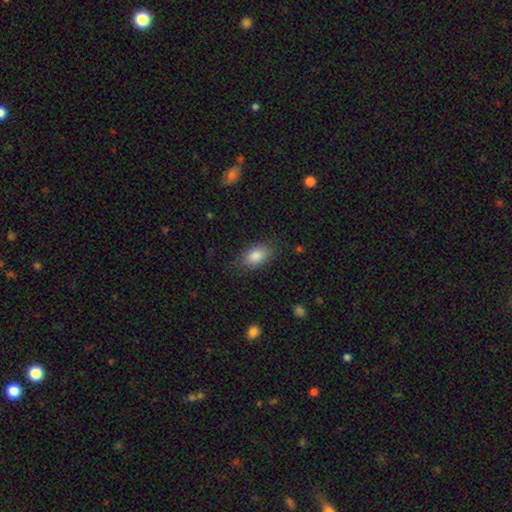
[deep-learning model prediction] Smooth or featured? Predicted: smooth (p=0.86). How rounded? Predicted: in between (p=0.89). Merging? Predicted: none (p=0.79).